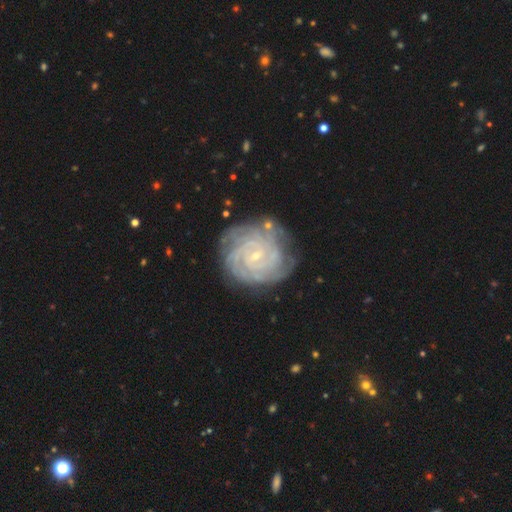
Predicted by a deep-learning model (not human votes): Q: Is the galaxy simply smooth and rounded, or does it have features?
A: featured or disk — 89%.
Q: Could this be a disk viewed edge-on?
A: no — 98%.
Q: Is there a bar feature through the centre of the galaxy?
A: no — 64%.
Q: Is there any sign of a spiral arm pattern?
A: yes — 98%.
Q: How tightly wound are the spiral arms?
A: tight — 84%.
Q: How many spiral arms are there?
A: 4 — 28%.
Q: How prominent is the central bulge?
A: small — 85%.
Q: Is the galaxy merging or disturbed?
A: none — 76%.